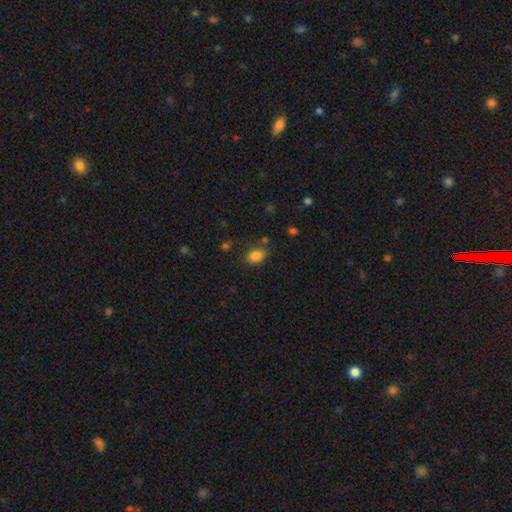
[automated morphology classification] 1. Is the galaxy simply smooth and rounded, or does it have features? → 84% smooth, 10% star or artifact, 6% featured or disk.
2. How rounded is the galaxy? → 87% in between, 11% round, 2% cigar-shaped.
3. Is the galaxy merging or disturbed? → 76% none, 14% minor disturbance, 5% merger, 4% major disturbance.